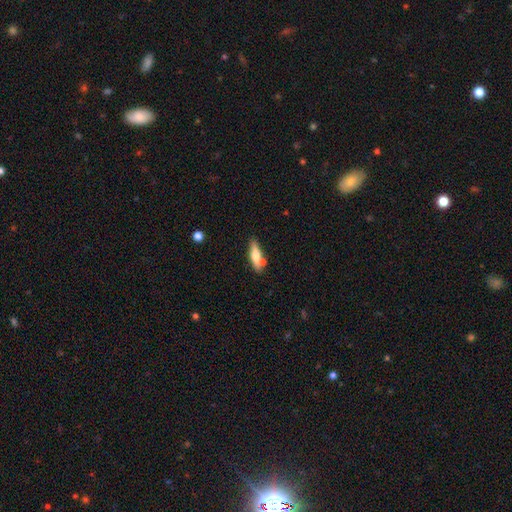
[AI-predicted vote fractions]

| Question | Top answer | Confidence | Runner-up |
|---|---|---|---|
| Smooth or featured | smooth | 59% | featured or disk (35%) |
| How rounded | cigar-shaped | 57% | in between (40%) |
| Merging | none | 68% | minor disturbance (16%) |